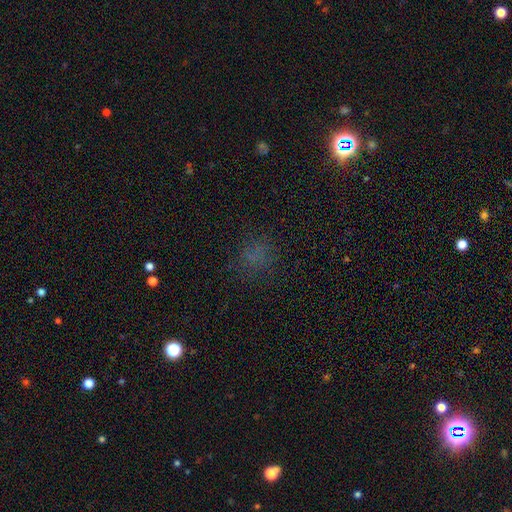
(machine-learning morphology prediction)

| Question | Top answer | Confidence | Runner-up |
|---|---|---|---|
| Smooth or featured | smooth | 57% | star or artifact (34%) |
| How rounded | round | 77% | in between (21%) |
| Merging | none | 76% | minor disturbance (14%) |